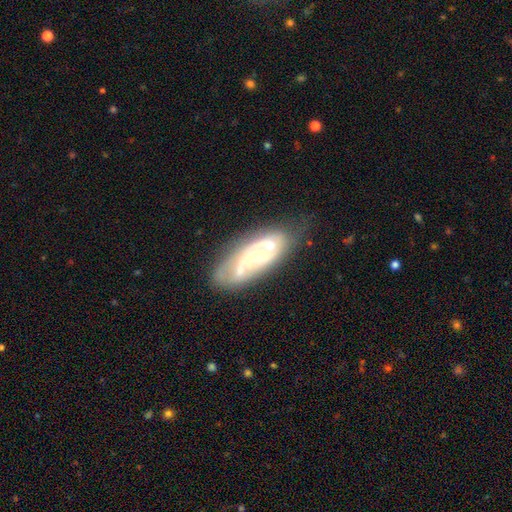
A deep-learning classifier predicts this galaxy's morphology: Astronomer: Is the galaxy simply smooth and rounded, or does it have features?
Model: featured or disk — 75%.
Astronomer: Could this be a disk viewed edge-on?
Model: no — 91%.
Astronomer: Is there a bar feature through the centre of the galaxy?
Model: no — 64%.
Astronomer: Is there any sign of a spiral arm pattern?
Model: yes — 83%.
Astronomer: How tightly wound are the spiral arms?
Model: tight — 47% (runner-up: medium, 39%).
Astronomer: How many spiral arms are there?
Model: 2 — 46% (runner-up: can't tell, 31%).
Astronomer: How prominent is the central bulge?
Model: small — 53% (runner-up: moderate, 40%).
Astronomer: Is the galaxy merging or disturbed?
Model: none — 62%.